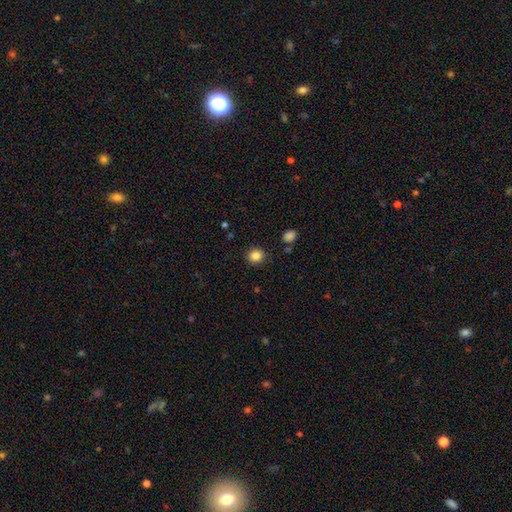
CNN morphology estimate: Smooth or featured?
  - smooth: 85% *
  - star or artifact: 11%
  - featured or disk: 4%
How rounded?
  - round: 85% *
  - in between: 14%
  - cigar-shaped: 1%
Merging?
  - none: 88% *
  - minor disturbance: 7%
  - major disturbance: 2%
  - merger: 2%